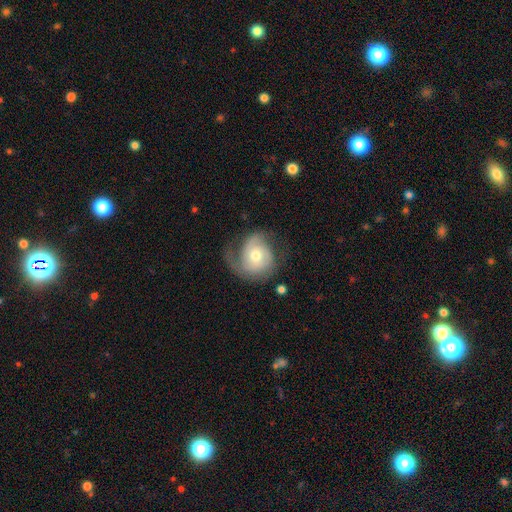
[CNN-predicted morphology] Overall: featured or disk (65%; smooth 28%). Edge-on disk: no (97%). Bar: no (74%). Spiral arms: yes (89%). Spiral arm count: 2 (48%; 1 26%). Spiral winding: medium (39%; tight 34%). Bulge size: moderate (64%; small 29%). Merging: none (46%; minor disturbance 27%).